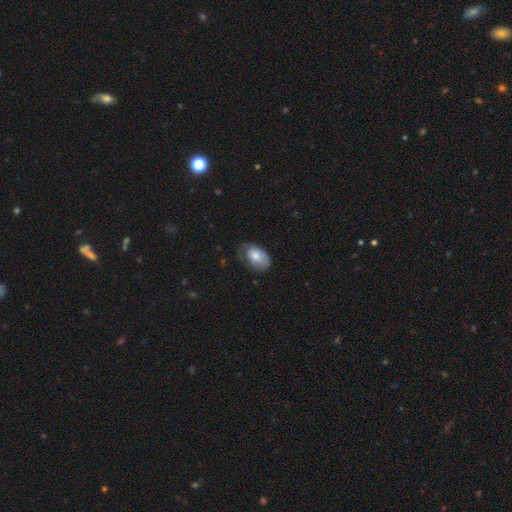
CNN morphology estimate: A smooth galaxy with no disk features (69%) that is in between round and cigar-shaped (89%). Merging: none (49%).